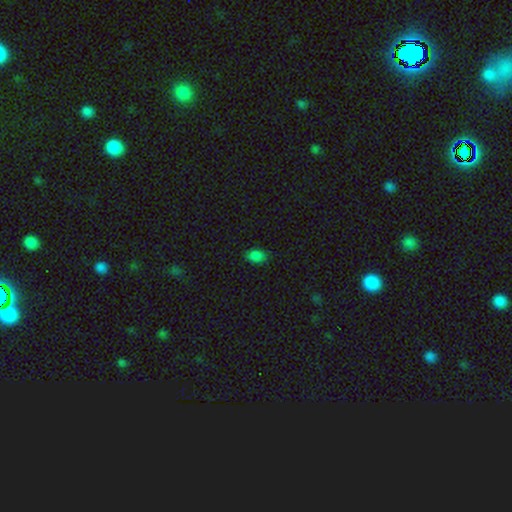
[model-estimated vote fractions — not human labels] This appears to be a smooth galaxy with no disk features (82%) that is in between round and cigar-shaped (84%). Merging: none (81%).